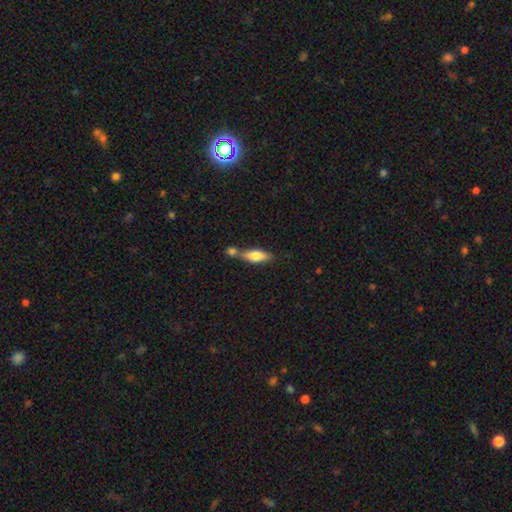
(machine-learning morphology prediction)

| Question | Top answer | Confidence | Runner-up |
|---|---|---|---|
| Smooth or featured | smooth | 69% | featured or disk (25%) |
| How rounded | in between | 58% | cigar-shaped (39%) |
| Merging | merger | 48% | none (35%) |